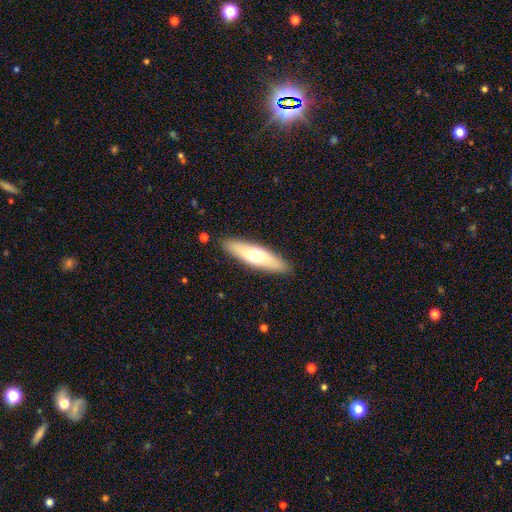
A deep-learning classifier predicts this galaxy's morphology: A smooth galaxy with no disk features (56%) that is cigar-shaped (67%).

Vote fractions:
- Smooth or featured? smooth: 56% / featured or disk: 39% / star or artifact: 5%
- How rounded? cigar-shaped: 67% / in between: 32% / round: 2%
- Merging? none: 89% / minor disturbance: 8% / major disturbance: 2% / merger: 1%